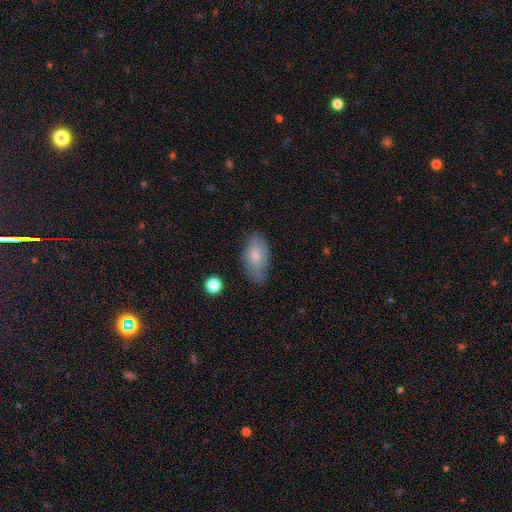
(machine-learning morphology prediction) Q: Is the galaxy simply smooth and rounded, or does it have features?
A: smooth — 70%.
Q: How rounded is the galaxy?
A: in between — 92%.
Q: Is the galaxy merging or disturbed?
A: none — 68%.